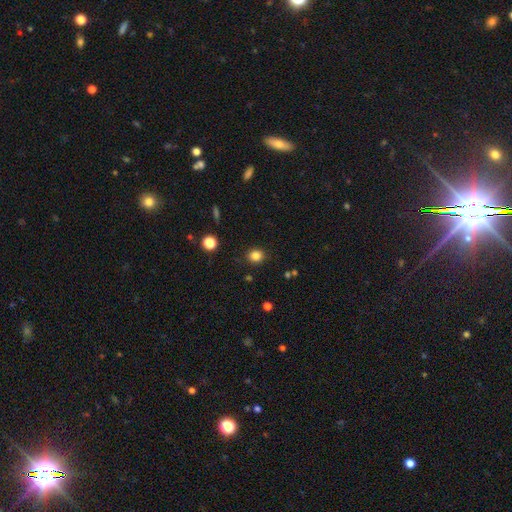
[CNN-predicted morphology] Smooth or featured? smooth (83%)
How rounded? round (73%)
Merging? none (88%)